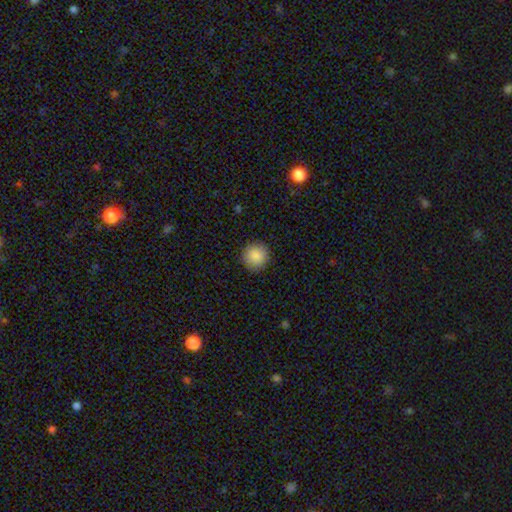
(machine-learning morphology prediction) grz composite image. It shows a smooth galaxy with no disk features (87%) that is round (94%). Merging: none (91%).